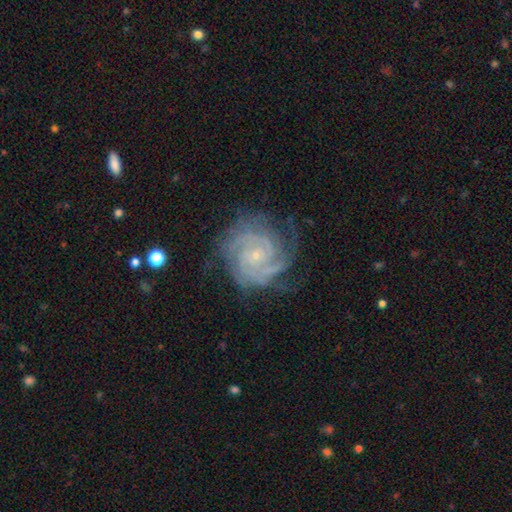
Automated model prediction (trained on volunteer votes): smooth_or_featured: featured or disk (p=0.89) [alt: star or artifact p=0.06]
disk_edge_on: no (p=0.98) [alt: yes p=0.02]
bar: no (p=0.67) [alt: weak p=0.26]
has_spiral_arms: yes (p=0.98) [alt: no p=0.02]
spiral_winding: tight (p=0.73) [alt: medium p=0.24]
spiral_arm_count: 3 (p=0.25) [alt: 2 p=0.22]
bulge_size: small (p=0.82) [alt: moderate p=0.12]
merging: none (p=0.74) [alt: minor disturbance p=0.17]